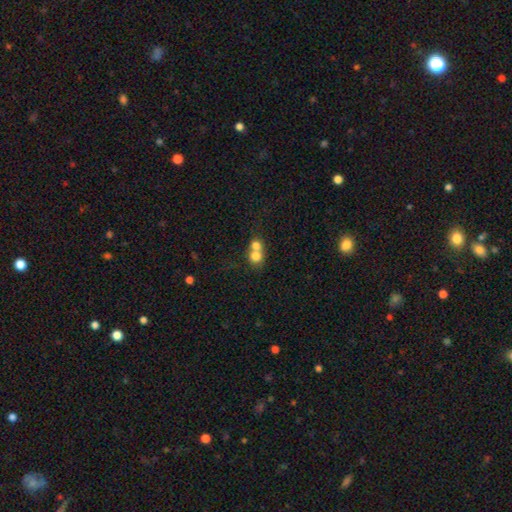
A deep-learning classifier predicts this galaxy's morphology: Smooth or featured: smooth — 75% (featured or disk — 15%)
How rounded: round — 80% (in between — 19%)
Merging: merger — 67% (none — 26%)